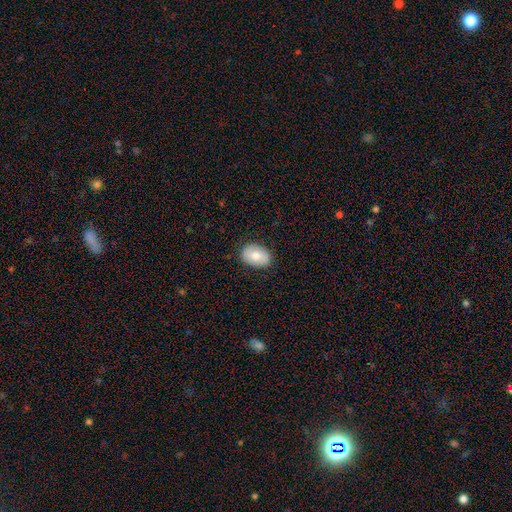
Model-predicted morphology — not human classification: The model was most divided on "smooth or featured": smooth: 74%, featured or disk: 19%, star or artifact: 7%. More confident: merging — none (86%); how rounded — in between (77%).